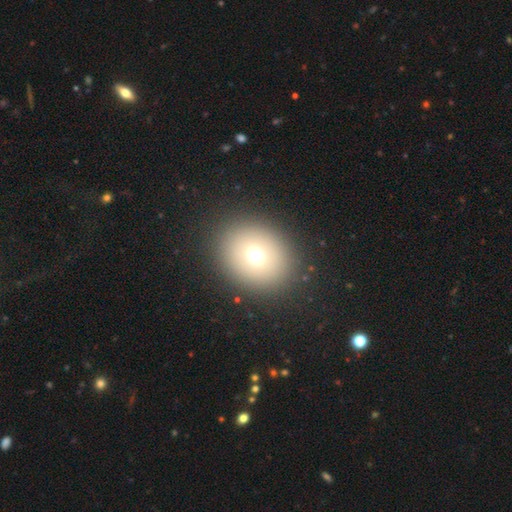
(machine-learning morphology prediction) type=smooth (67%); roundness=round (62%); merging=none (87%).